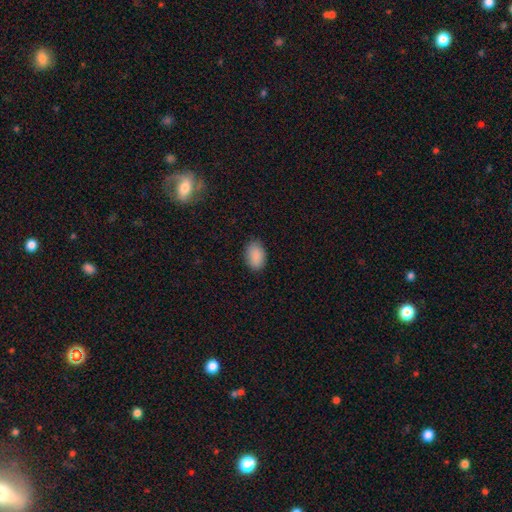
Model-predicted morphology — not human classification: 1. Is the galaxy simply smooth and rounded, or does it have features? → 89% smooth, 7% star or artifact, 4% featured or disk.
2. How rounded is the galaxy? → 88% in between, 11% round, 1% cigar-shaped.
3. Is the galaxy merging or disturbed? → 86% none, 10% minor disturbance, 2% major disturbance, 1% merger.